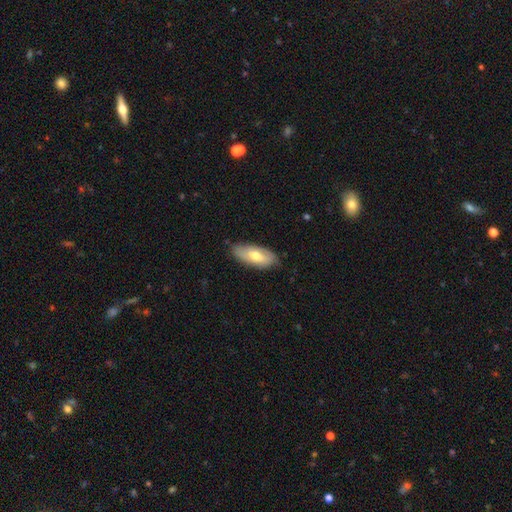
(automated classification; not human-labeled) Smooth or featured? Predicted: smooth (p=0.60). How rounded? Predicted: in between (p=0.85). Merging? Predicted: none (p=0.78).